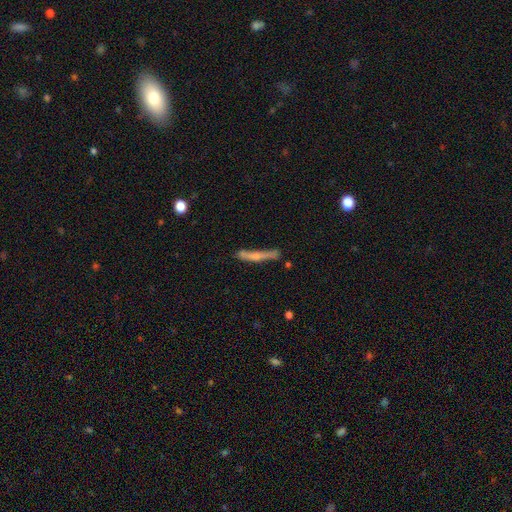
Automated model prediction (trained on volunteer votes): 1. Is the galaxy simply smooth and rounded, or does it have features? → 50% smooth, 44% featured or disk, 7% star or artifact.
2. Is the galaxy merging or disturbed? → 66% none, 21% minor disturbance, 6% major disturbance, 6% merger.